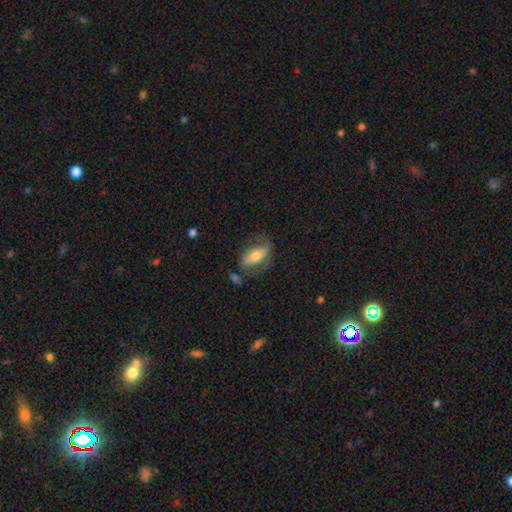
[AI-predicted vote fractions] smooth-or-featured: smooth: 48% | featured or disk: 45% | star or artifact: 7%
  merging: none: 59% | minor disturbance: 22% | major disturbance: 14% | merger: 5%